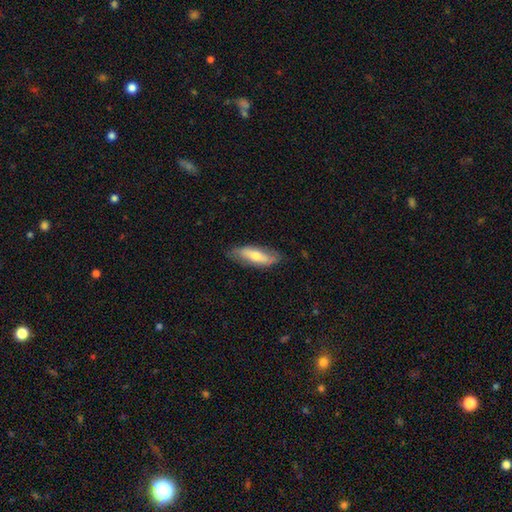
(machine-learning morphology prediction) The model was most divided on "how rounded": in between: 56%, cigar-shaped: 41%, round: 2%. More confident: merging — none (79%); smooth or featured — smooth (55%).